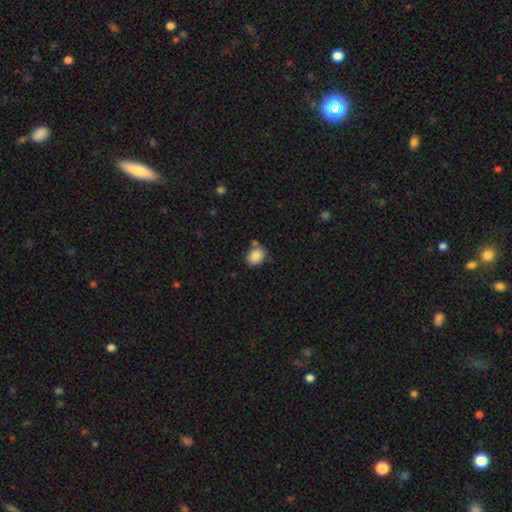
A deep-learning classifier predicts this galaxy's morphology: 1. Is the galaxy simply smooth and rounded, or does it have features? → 87% smooth, 8% star or artifact, 5% featured or disk.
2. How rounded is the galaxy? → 51% round, 48% in between, 1% cigar-shaped.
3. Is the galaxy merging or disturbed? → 71% none, 16% minor disturbance, 9% merger, 4% major disturbance.